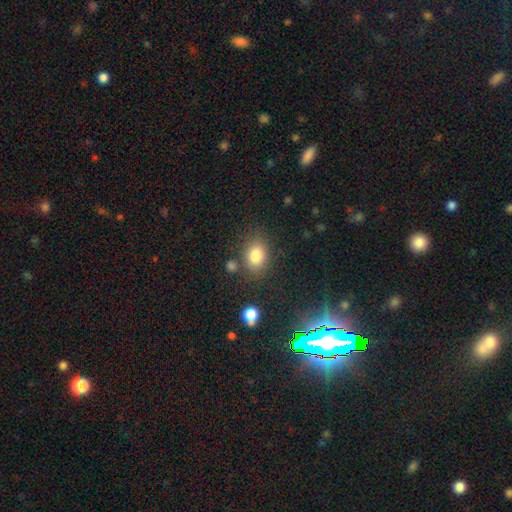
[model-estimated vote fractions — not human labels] smooth_or_featured: smooth (p=0.82) [alt: star or artifact p=0.11]
how_rounded: in between (p=0.63) [alt: round p=0.36]
merging: none (p=0.76) [alt: minor disturbance p=0.13]